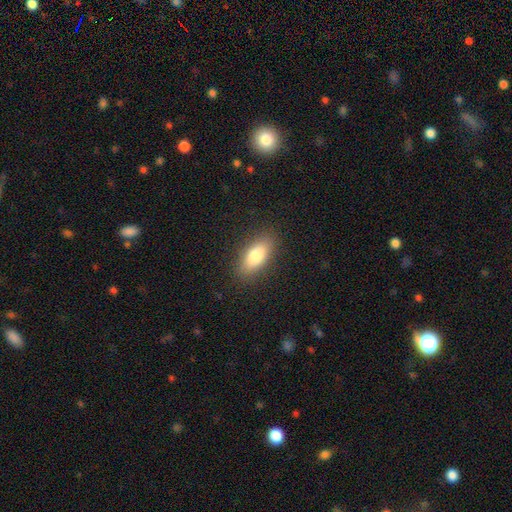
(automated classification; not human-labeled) Smooth or featured? Predicted: smooth (p=0.80). How rounded? Predicted: in between (p=0.83). Merging? Predicted: none (p=0.87).